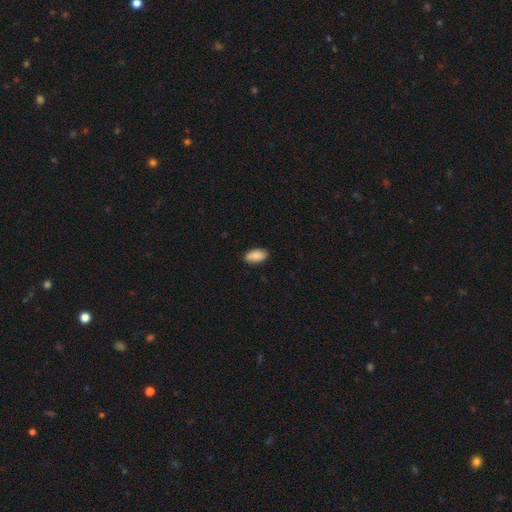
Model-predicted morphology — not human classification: A smooth galaxy with no disk features (88%) that is in between round and cigar-shaped (94%). Merging: none (85%).